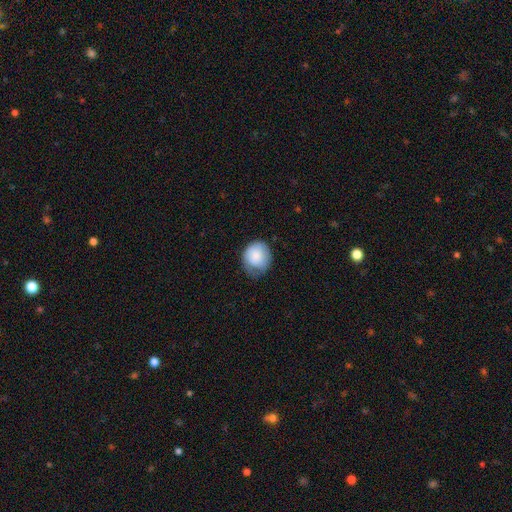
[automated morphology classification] Overall: smooth (81%). How rounded: round (76%). Merging: none (49%; minor disturbance 37%).